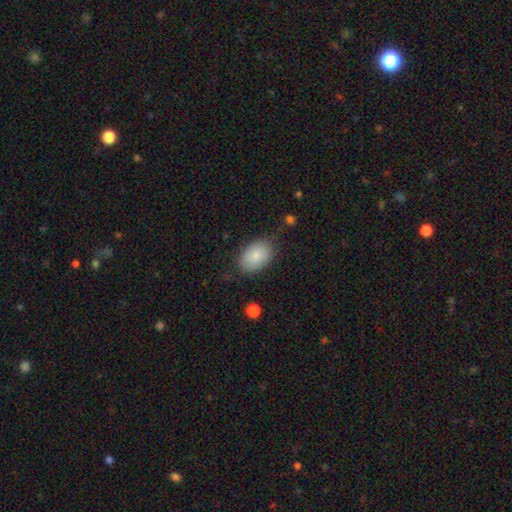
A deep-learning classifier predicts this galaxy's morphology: This appears to be a smooth galaxy with no disk features (85%) that is in between round and cigar-shaped (88%). Merging: none (74%).